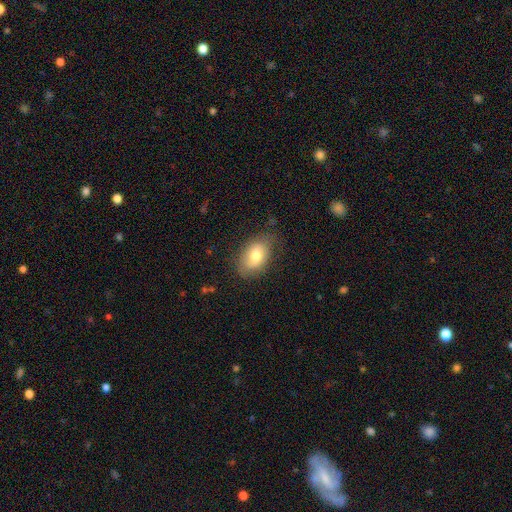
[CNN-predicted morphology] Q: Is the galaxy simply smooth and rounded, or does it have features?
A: smooth — 73%.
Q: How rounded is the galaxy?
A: in between — 87%.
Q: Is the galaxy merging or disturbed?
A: none — 71%.